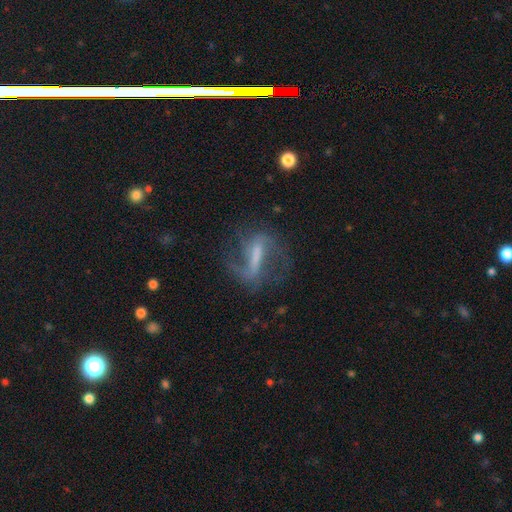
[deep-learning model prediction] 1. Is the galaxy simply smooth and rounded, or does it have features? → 78% featured or disk, 14% smooth, 9% star or artifact.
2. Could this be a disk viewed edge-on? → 91% no, 9% yes.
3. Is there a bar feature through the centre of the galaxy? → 58% strong, 30% weak, 11% no.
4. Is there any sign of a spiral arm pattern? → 89% yes, 11% no.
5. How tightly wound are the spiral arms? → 52% loose, 36% medium, 11% tight.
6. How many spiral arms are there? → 77% 2, 8% can't tell, 8% 1, 3% 3, 2% 4, 1% more than 4.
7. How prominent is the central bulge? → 42% none, 25% small, 23% moderate, 8% large, 2% dominant.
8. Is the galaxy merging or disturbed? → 60% none, 20% major disturbance, 17% minor disturbance, 3% merger.